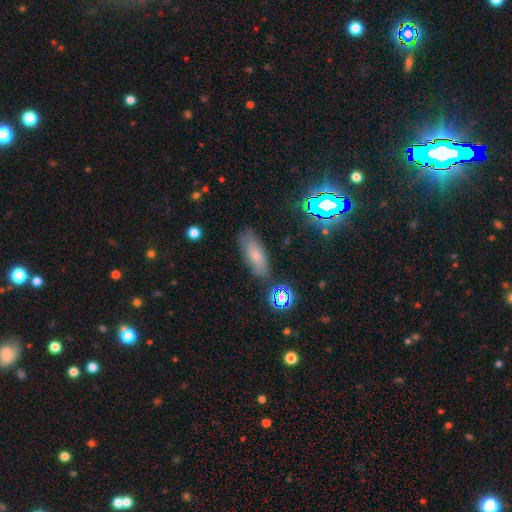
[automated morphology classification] Smooth or featured? smooth (68%)
How rounded? in between (70%)
Merging? none (79%)